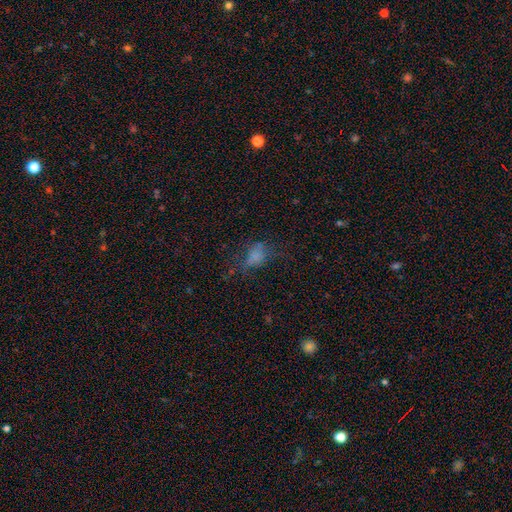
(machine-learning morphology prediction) Overall: smooth (61%). How rounded: in between (75%). Merging: none (40%; major disturbance 32%).